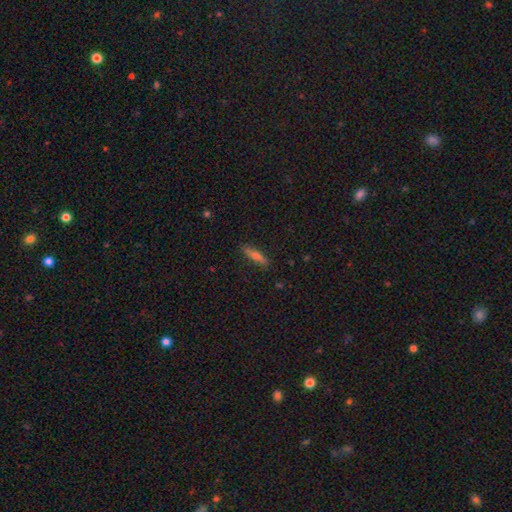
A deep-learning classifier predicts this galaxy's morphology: smooth 61%, featured or disk 30%, star or artifact 9%. Down the decision tree: how rounded — cigar-shaped (83%); merging — none (87%).